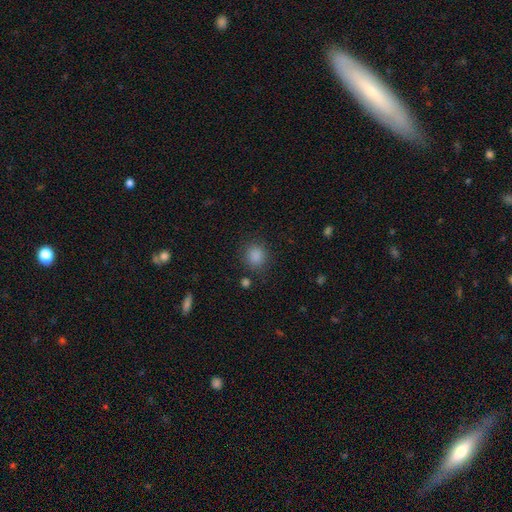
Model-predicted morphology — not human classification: Smooth or featured? Predicted: smooth (p=0.85). How rounded? Predicted: round (p=0.81). Merging? Predicted: none (p=0.83).